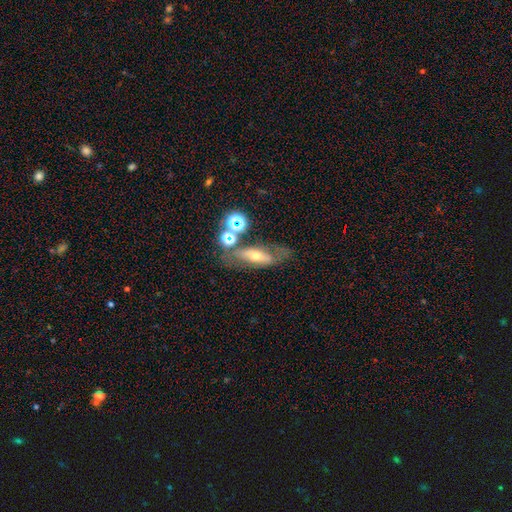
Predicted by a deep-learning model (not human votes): Smooth or featured? Predicted: featured or disk (p=0.51). Edge-on disk? Predicted: no (p=0.68). Merging? Predicted: none (p=0.53).